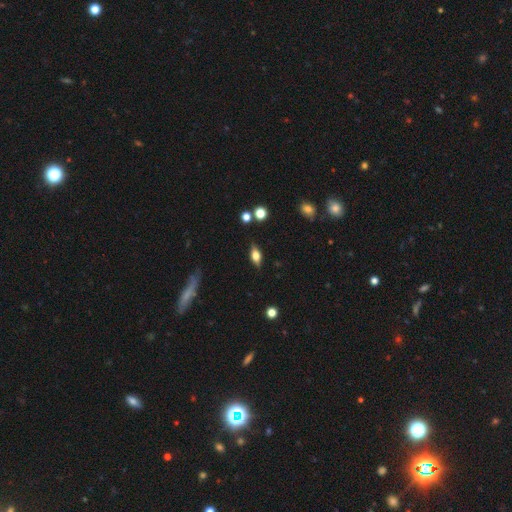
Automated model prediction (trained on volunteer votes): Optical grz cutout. It shows a smooth galaxy with no disk features (55%) that is in between round and cigar-shaped (76%). Merging: none (83%).